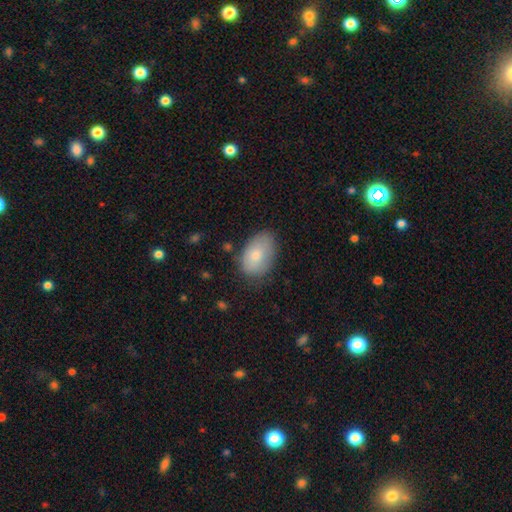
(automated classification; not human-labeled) A smooth galaxy with no disk features (78%) that is in between round and cigar-shaped (90%). Merging: none (69%).